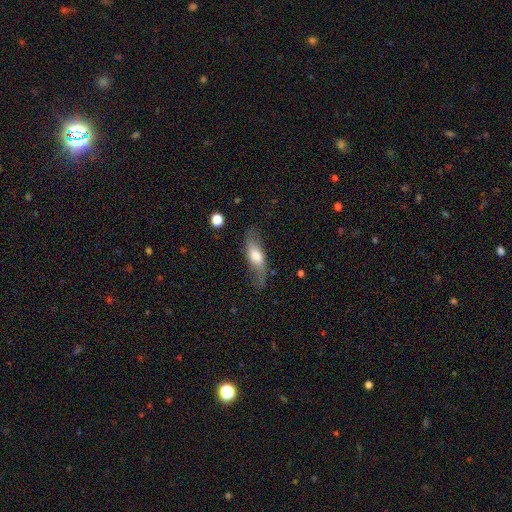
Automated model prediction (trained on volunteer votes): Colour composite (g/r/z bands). It shows a featured or disk galaxy (52%). Merging: none (69%).